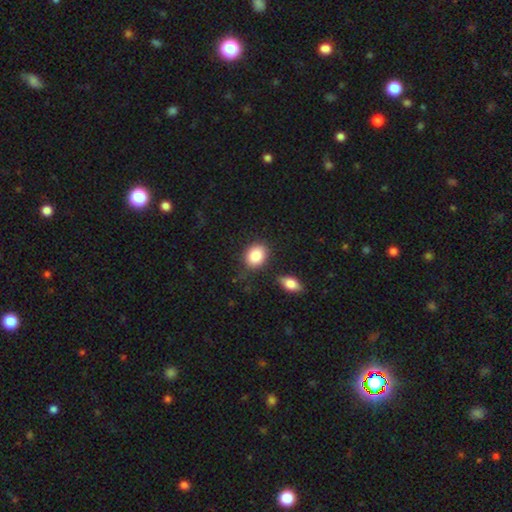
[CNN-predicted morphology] type=smooth (86%); roundness=in between (52%); merging=none (77%).